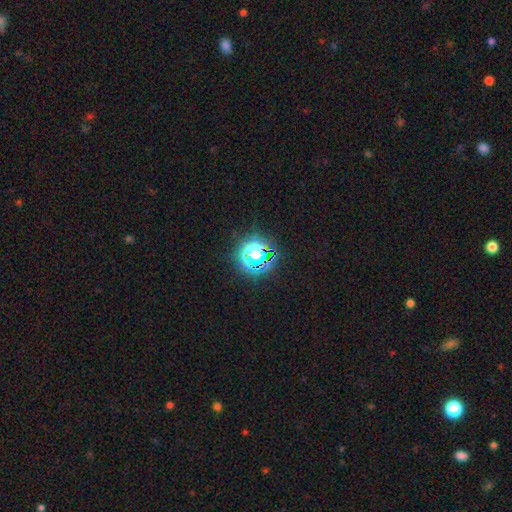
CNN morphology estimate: smooth_or_featured: star or artifact (p=0.65) [alt: smooth p=0.25]